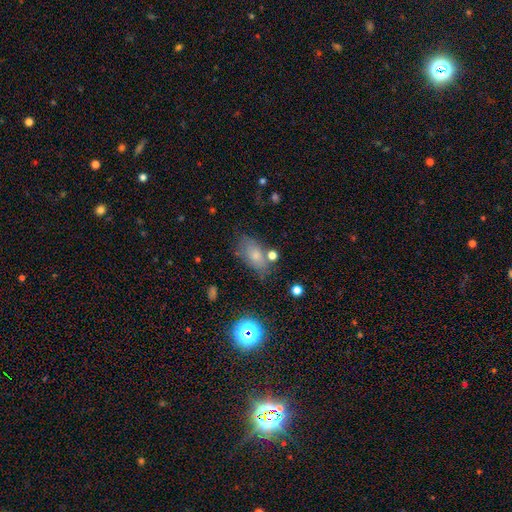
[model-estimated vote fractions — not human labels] A smooth galaxy with no disk features (69%) that is in between round and cigar-shaped (87%).

Vote fractions:
- Smooth or featured? smooth: 69% / featured or disk: 17% / star or artifact: 14%
- How rounded? in between: 87% / round: 9% / cigar-shaped: 3%
- Merging? none: 61% / minor disturbance: 21% / merger: 10% / major disturbance: 8%